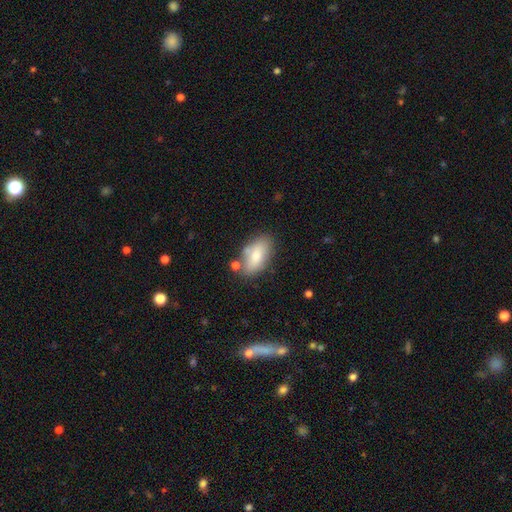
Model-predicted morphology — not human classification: A smooth galaxy with no disk features (78%) that is in between round and cigar-shaped (92%). Merging: none (65%).